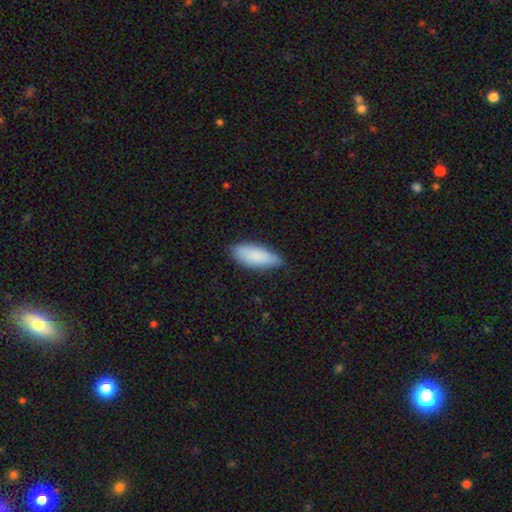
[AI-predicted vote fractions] This appears to be a smooth galaxy with no disk features (86%) that is in between round and cigar-shaped (78%). Merging: none (72%).